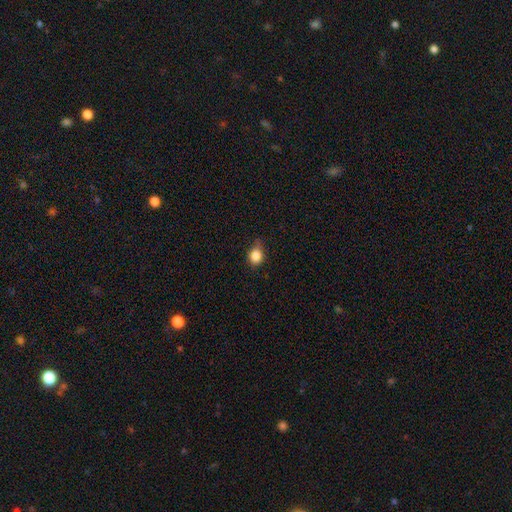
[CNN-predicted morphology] Smooth or featured? smooth (84%)
How rounded? round (71%)
Merging? none (57%)